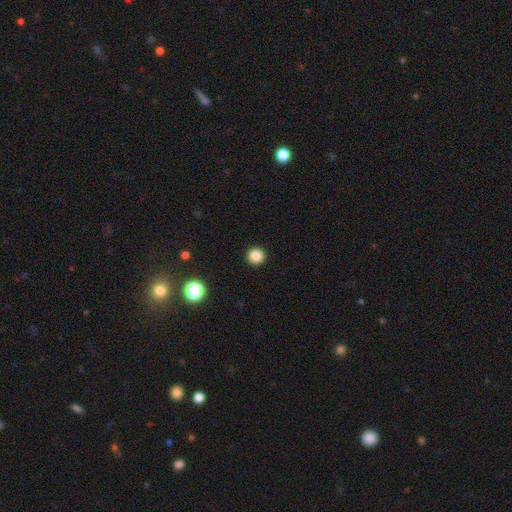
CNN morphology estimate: The model was most divided on "smooth or featured": smooth: 85%, star or artifact: 11%, featured or disk: 3%. More confident: how rounded — round (96%); merging — none (93%).